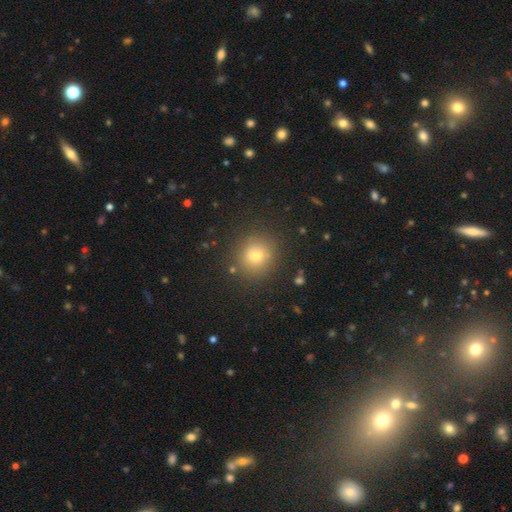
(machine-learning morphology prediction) A smooth galaxy with no disk features (74%) that is round (89%).

Vote fractions:
- Smooth or featured? smooth: 74% / star or artifact: 17% / featured or disk: 10%
- How rounded? round: 89% / in between: 10% / cigar-shaped: 1%
- Merging? none: 87% / minor disturbance: 8% / major disturbance: 3% / merger: 2%